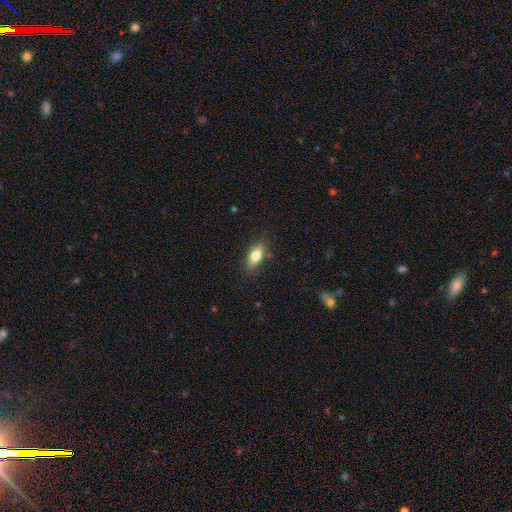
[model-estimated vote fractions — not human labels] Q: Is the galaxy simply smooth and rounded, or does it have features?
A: smooth — 79%.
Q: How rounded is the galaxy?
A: in between — 84%.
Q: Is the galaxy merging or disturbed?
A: none — 82%.